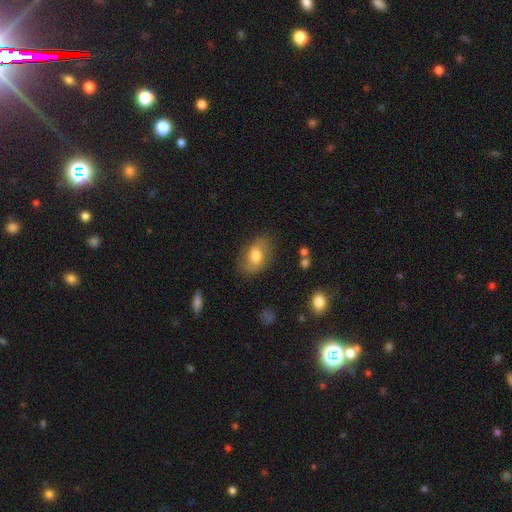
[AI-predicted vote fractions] Smooth or featured? smooth (61%)
How rounded? in between (84%)
Merging? none (75%)